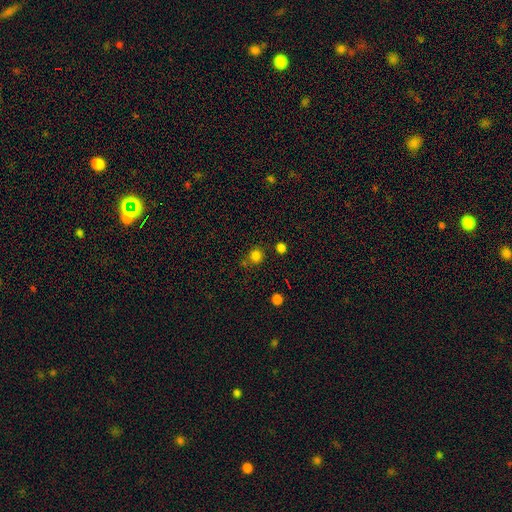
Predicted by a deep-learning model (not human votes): smooth 79%, star or artifact 16%, featured or disk 4%. Down the decision tree: how rounded — round (88%); merging — none (73%).